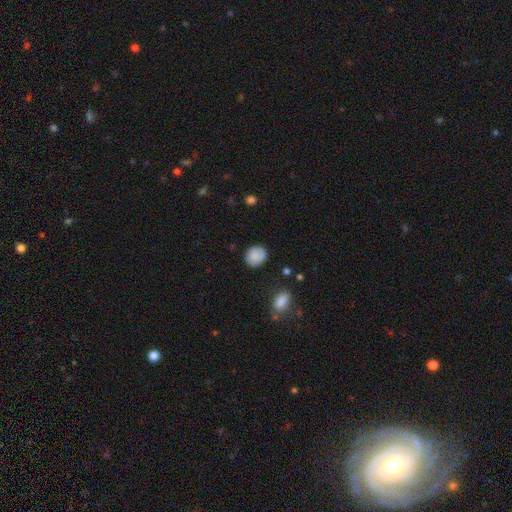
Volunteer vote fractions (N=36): Smooth or featured: smooth — 97% (star or artifact — 3%)
How rounded: round — 66% (in between — 34%)
Merging: none — 77% (minor disturbance — 20%)